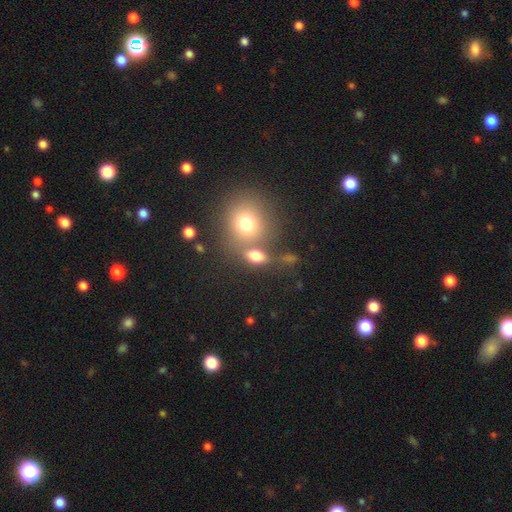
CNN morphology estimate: Smooth or featured? Predicted: smooth (p=0.75). How rounded? Predicted: in between (p=0.65). Merging? Predicted: none (p=0.51).